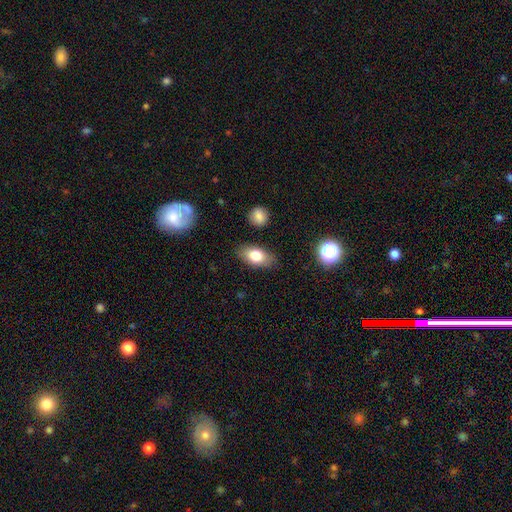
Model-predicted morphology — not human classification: This appears to be a smooth galaxy with no disk features (77%) that is in between round and cigar-shaped (89%). Merging: none (84%).